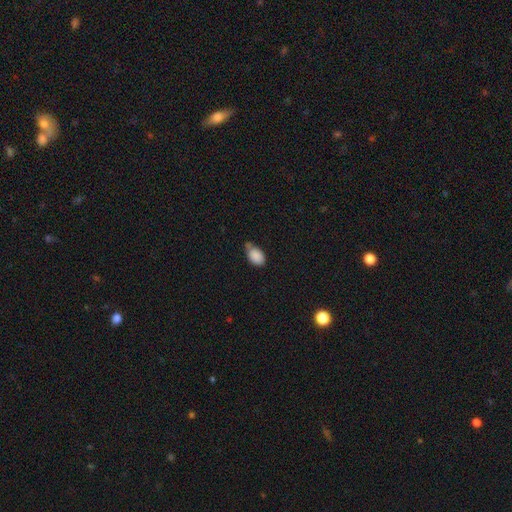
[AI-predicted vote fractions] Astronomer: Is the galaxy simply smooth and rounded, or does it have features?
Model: smooth — 88%.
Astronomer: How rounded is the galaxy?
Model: in between — 88%.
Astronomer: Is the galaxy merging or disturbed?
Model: none — 54%.